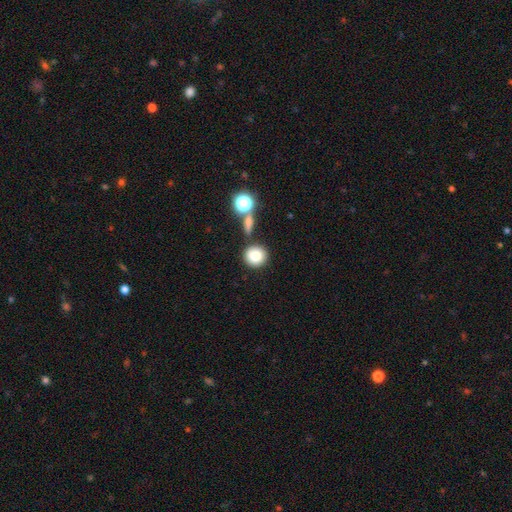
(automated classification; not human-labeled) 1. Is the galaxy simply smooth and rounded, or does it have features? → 81% smooth, 11% star or artifact, 8% featured or disk.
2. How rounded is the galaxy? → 91% round, 7% in between, 1% cigar-shaped.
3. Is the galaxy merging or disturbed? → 78% none, 10% merger, 9% minor disturbance, 3% major disturbance.